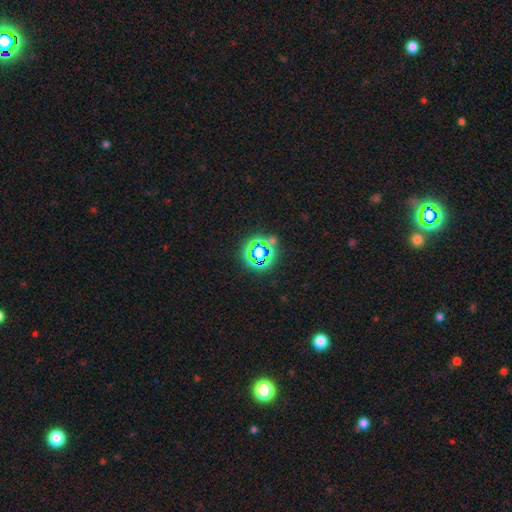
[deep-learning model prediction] The model was most divided on "smooth or featured": star or artifact: 61%, smooth: 26%, featured or disk: 13%.